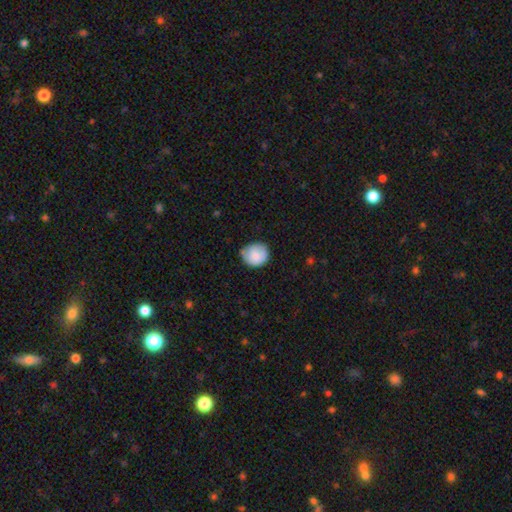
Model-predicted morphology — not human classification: Smooth or featured? Predicted: smooth (p=0.85). How rounded? Predicted: round (p=0.79). Merging? Predicted: none (p=0.64).